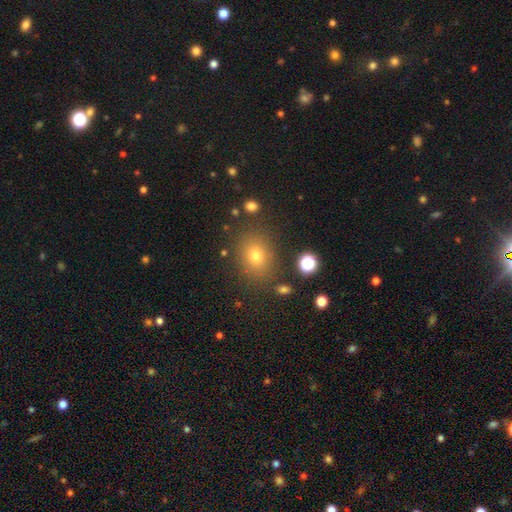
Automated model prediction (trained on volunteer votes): A smooth galaxy with no disk features (73%) that is round (56%).

Vote fractions:
- Smooth or featured? smooth: 73% / star or artifact: 18% / featured or disk: 10%
- How rounded? round: 56% / in between: 43% / cigar-shaped: 1%
- Merging? none: 83% / minor disturbance: 10% / major disturbance: 4% / merger: 4%